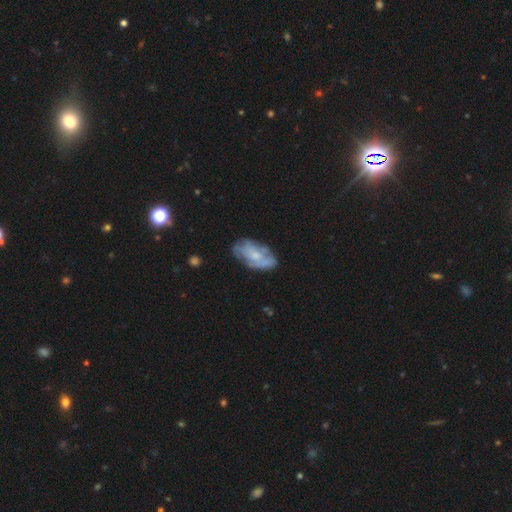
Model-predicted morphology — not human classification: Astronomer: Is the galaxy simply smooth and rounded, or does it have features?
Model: featured or disk — 52% (runner-up: smooth, 40%).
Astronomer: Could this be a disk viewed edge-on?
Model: no — 92%.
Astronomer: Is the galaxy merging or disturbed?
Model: none — 62%.